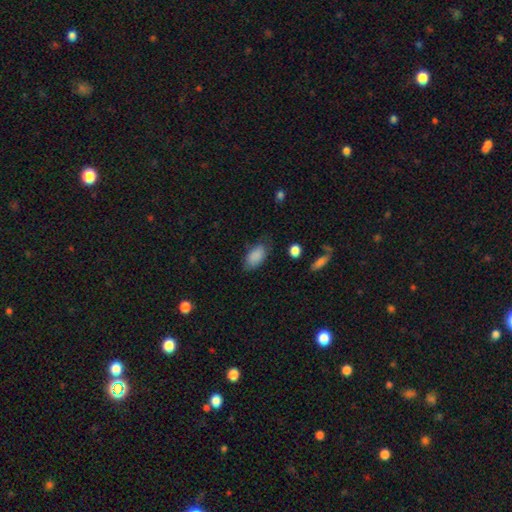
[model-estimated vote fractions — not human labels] Morphology: type=smooth (87%); roundness=in between (93%); merging=none (73%).